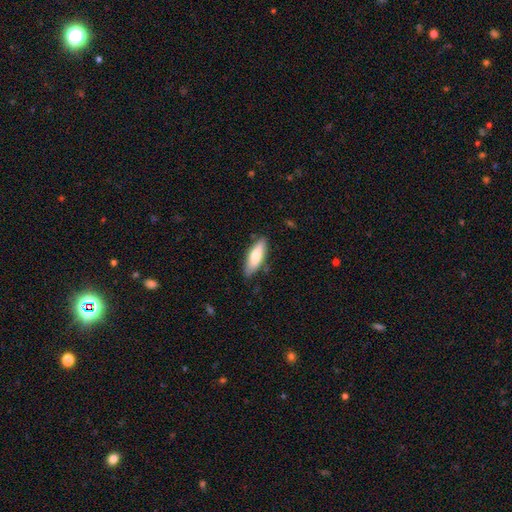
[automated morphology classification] This is likely a smooth galaxy (72%). How rounded: possibly in between (56%). Merging: likely none (80%).